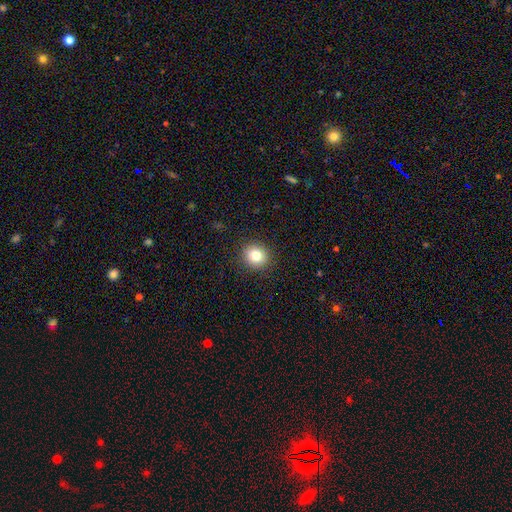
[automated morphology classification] This appears to be a smooth galaxy with no disk features (82%) that is round (84%). Merging: none (91%).